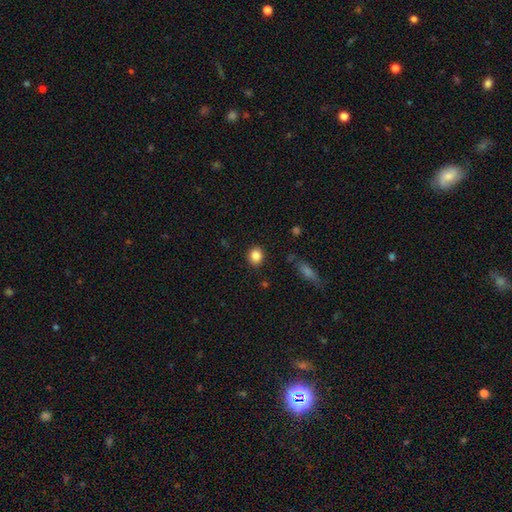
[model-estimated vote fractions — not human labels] Smooth or featured? Predicted: smooth (p=0.85). How rounded? Predicted: round (p=0.73). Merging? Predicted: none (p=0.89).